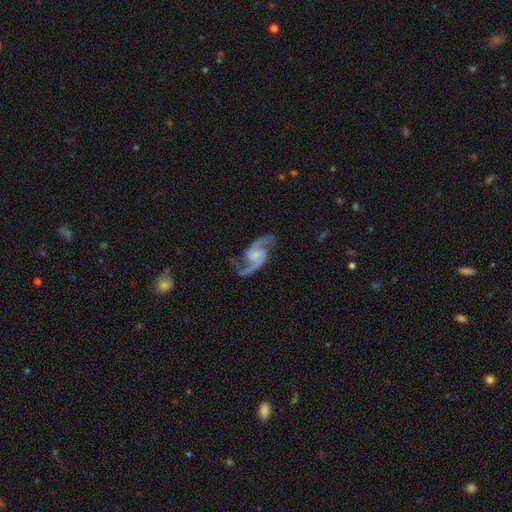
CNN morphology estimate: smooth-or-featured: featured or disk: 93% | star or artifact: 4% | smooth: 3%
  disk-edge-on: no: 98% | yes: 2%
    bar: weak: 45% | no: 42% | strong: 13%
    has-spiral-arms: yes: 98% | no: 2%
      spiral-winding: medium: 49% | loose: 42% | tight: 9%
      spiral-arm-count: 2: 94% | 3: 1% | can't tell: 1% | 1: 1% | 4: 1% | more than 4: 1%
    bulge-size: small: 37% | none: 35% | moderate: 22% | large: 4% | dominant: 1%
  merging: none: 77% | minor disturbance: 14% | major disturbance: 7% | merger: 2%